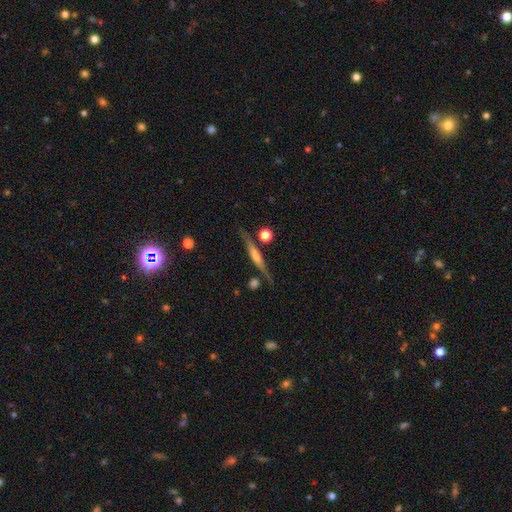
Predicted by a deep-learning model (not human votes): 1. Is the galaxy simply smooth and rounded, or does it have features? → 69% featured or disk, 24% smooth, 7% star or artifact.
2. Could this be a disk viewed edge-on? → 96% yes, 4% no.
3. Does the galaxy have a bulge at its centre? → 47% rounded, 30% boxy, 23% none.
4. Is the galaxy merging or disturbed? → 82% none, 11% minor disturbance, 5% merger, 3% major disturbance.